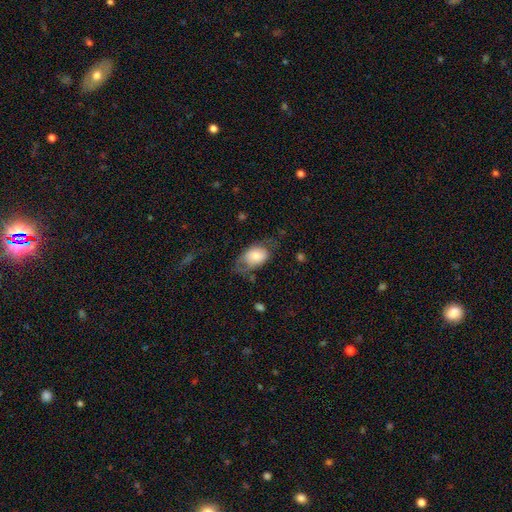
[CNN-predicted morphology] A smooth galaxy with no disk features (68%) that is in between round and cigar-shaped (86%).

Vote fractions:
- Smooth or featured? smooth: 68% / featured or disk: 25% / star or artifact: 7%
- How rounded? in between: 86% / round: 13% / cigar-shaped: 2%
- Merging? none: 44% / minor disturbance: 30% / major disturbance: 24% / merger: 2%